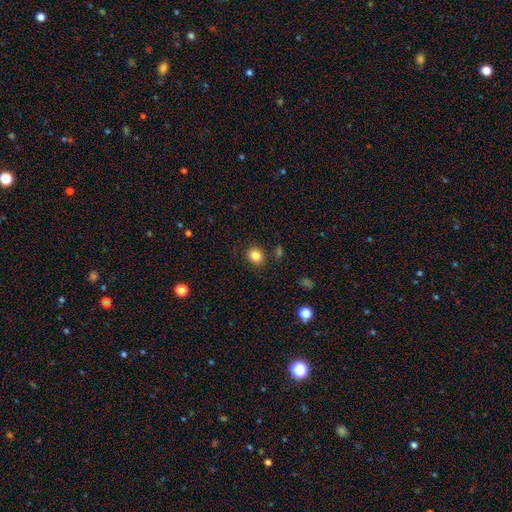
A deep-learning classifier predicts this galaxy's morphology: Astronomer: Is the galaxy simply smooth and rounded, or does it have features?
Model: smooth — 84%.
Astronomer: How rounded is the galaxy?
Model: round — 69%.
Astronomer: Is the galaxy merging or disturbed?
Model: none — 86%.